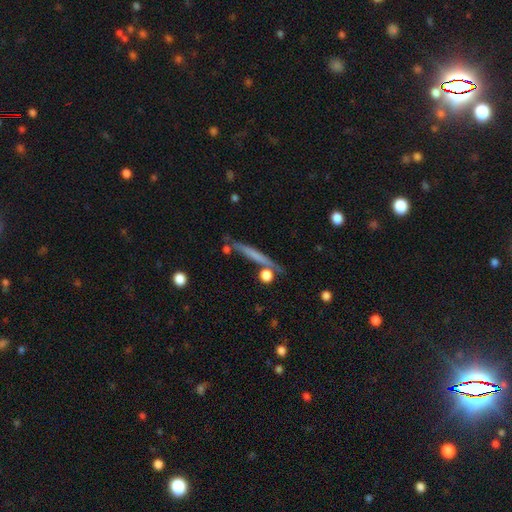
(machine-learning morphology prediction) Smooth or featured?
  - smooth: 51% *
  - featured or disk: 41%
  - star or artifact: 8%
How rounded?
  - cigar-shaped: 92% *
  - in between: 4%
  - round: 4%
Merging?
  - none: 78% *
  - minor disturbance: 12%
  - merger: 6%
  - major disturbance: 3%